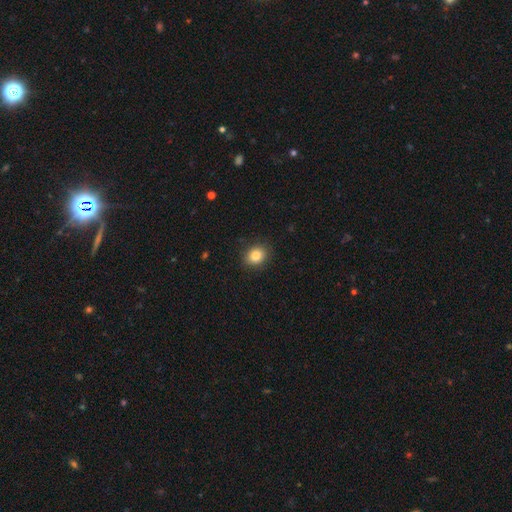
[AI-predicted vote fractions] Q: Smooth or featured?
A: smooth (85%); runner-up: star or artifact (9%)
Q: How rounded?
A: round (57%); runner-up: in between (42%)
Q: Merging?
A: none (88%); runner-up: minor disturbance (8%)